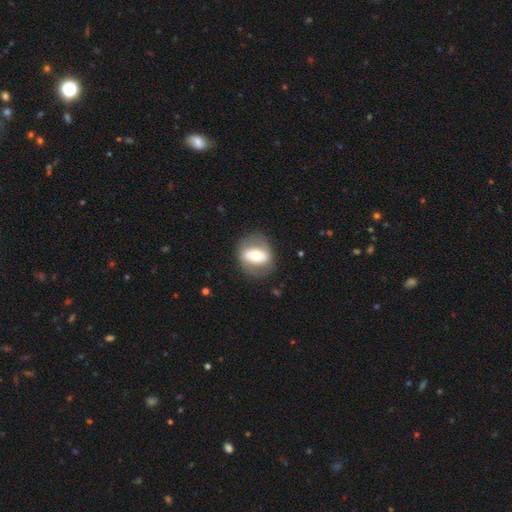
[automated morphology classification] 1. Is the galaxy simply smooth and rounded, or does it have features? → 50% featured or disk, 43% smooth, 7% star or artifact.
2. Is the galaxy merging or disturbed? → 77% none, 14% minor disturbance, 8% major disturbance, 1% merger.